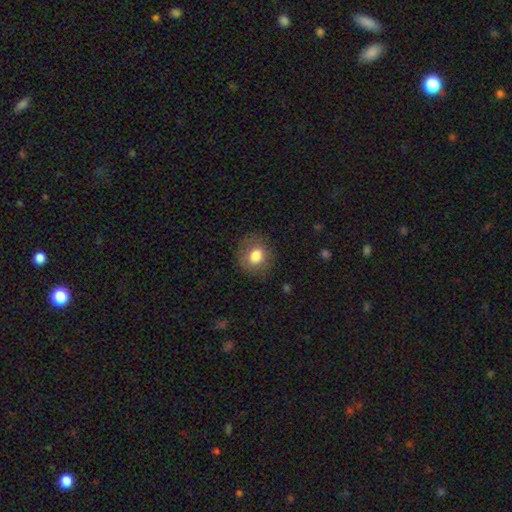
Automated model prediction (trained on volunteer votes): Smooth or featured: smooth — 78% (featured or disk — 13%)
How rounded: round — 77% (in between — 22%)
Merging: none — 82% (minor disturbance — 12%)